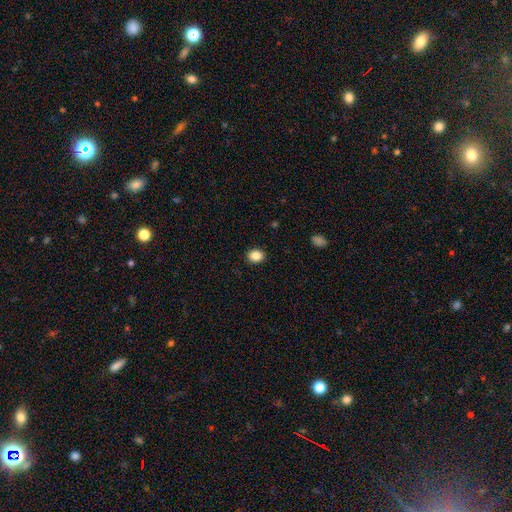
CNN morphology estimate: A smooth galaxy with no disk features (87%) that is round (51%).

Vote fractions:
- Smooth or featured? smooth: 87% / star or artifact: 9% / featured or disk: 4%
- How rounded? round: 51% / in between: 48% / cigar-shaped: 1%
- Merging? none: 91% / minor disturbance: 7% / major disturbance: 2% / merger: 1%